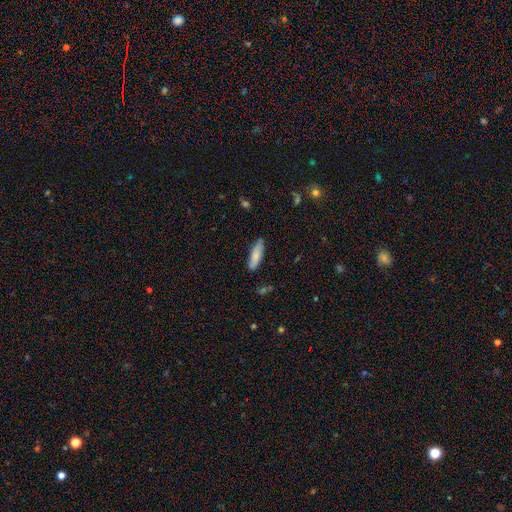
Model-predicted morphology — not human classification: Overall: smooth (79%). How rounded: cigar-shaped (62%; in between 37%). Merging: none (83%).